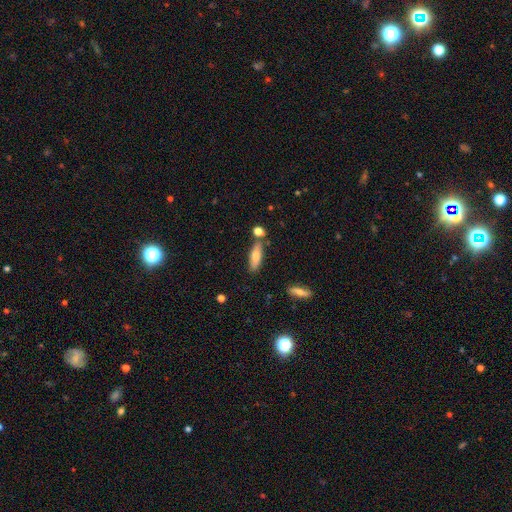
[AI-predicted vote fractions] This appears to be a smooth galaxy with no disk features (67%) that is in between round and cigar-shaped (50%). Merging: none (70%).